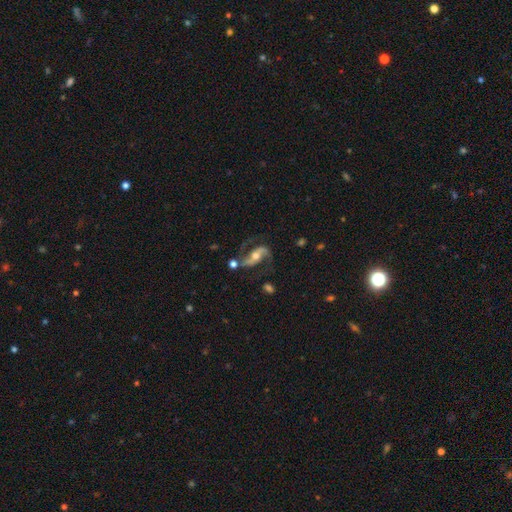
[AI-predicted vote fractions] This appears to be a featured or disk galaxy (88%) with a strong bar (36%), 2 (92%) loose (45%) spiral arms (96%) and a moderate central bulge (65%). Merging: none (64%).